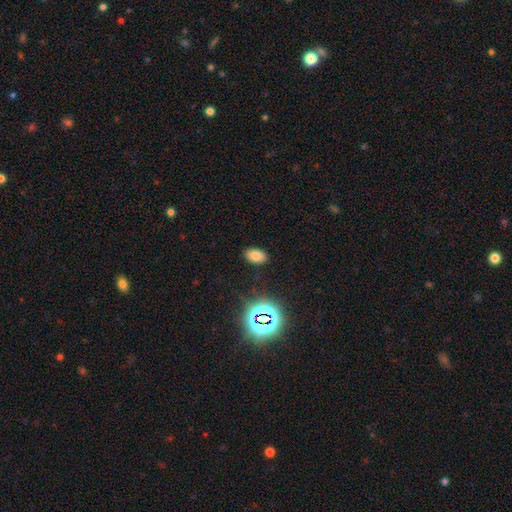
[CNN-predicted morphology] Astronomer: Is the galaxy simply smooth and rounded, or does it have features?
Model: smooth — 75%.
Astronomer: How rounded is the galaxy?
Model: in between — 89%.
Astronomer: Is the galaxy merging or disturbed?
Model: none — 86%.